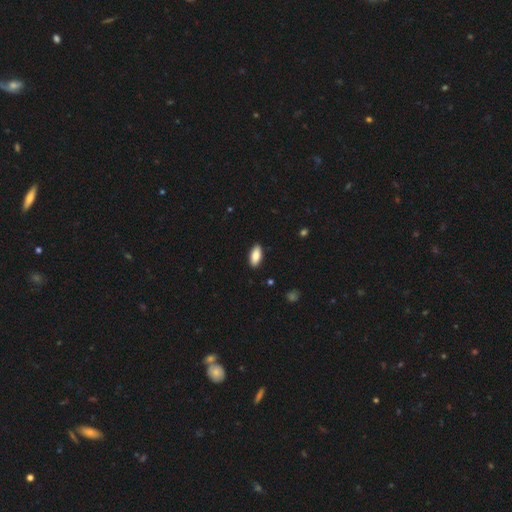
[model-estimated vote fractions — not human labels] A smooth galaxy with no disk features (87%) that is in between round and cigar-shaped (87%).

Vote fractions:
- Smooth or featured? smooth: 87% / featured or disk: 7% / star or artifact: 6%
- How rounded? in between: 87% / cigar-shaped: 11% / round: 2%
- Merging? none: 90% / minor disturbance: 8% / major disturbance: 2% / merger: 1%